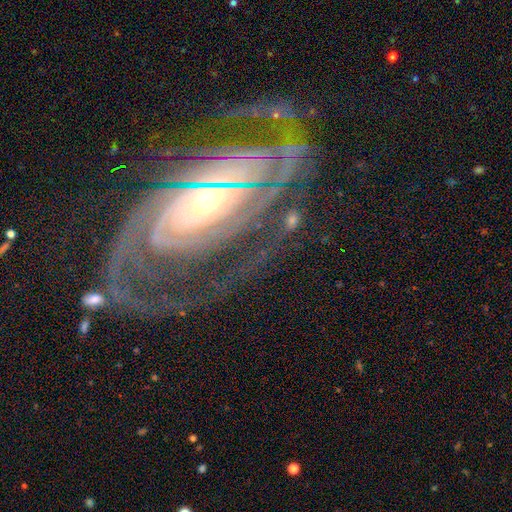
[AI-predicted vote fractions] A featured or disk galaxy (91%) with no bar (50%), 2 (35%) tight (67%) spiral arms (97%) and a moderate central bulge (54%). Merging: none (66%).